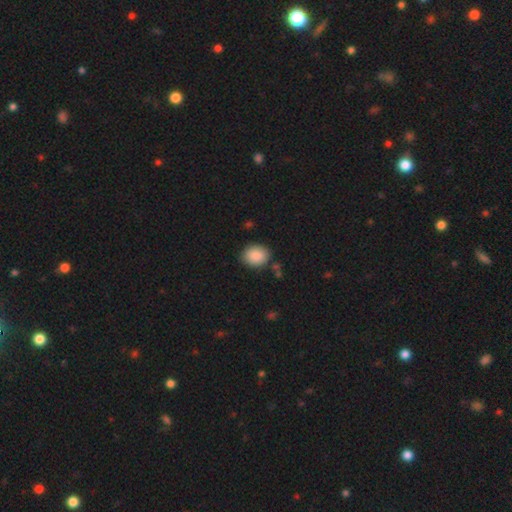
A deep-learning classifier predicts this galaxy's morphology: smooth 89%, star or artifact 7%, featured or disk 4%. Down the decision tree: how rounded — in between (52%); merging — none (83%).